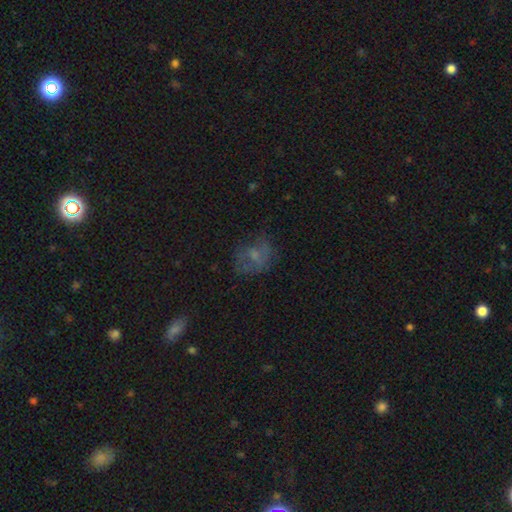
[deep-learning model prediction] Smooth or featured? smooth (50%)
How rounded? round (57%)
Merging? none (52%)